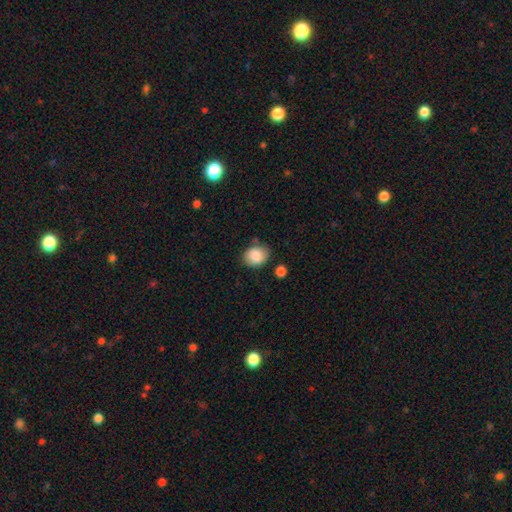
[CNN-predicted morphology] smooth 86%, star or artifact 8%, featured or disk 7%. Down the decision tree: how rounded — round (53%); merging — none (75%).